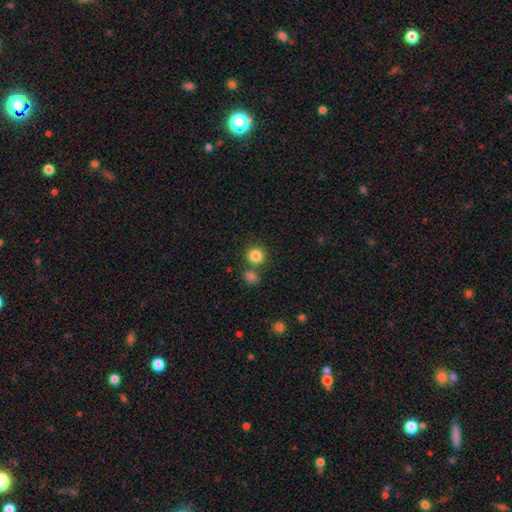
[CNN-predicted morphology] smooth_or_featured: smooth (p=0.84) [alt: star or artifact p=0.11]
how_rounded: round (p=0.92) [alt: in between p=0.07]
merging: none (p=0.73) [alt: merger p=0.17]